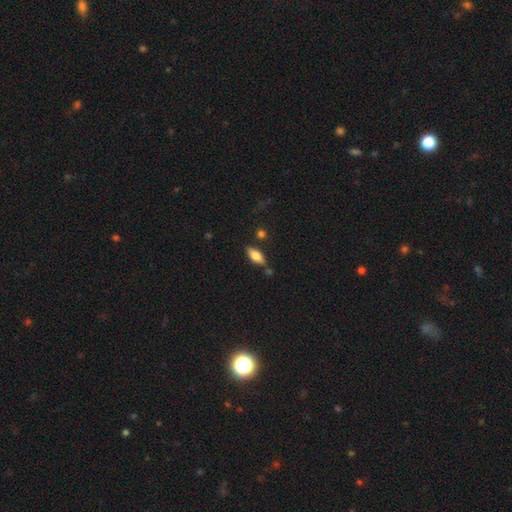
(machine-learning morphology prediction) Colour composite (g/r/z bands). It shows a smooth galaxy with no disk features (65%) that is in between round and cigar-shaped (76%). Merging: none (78%).